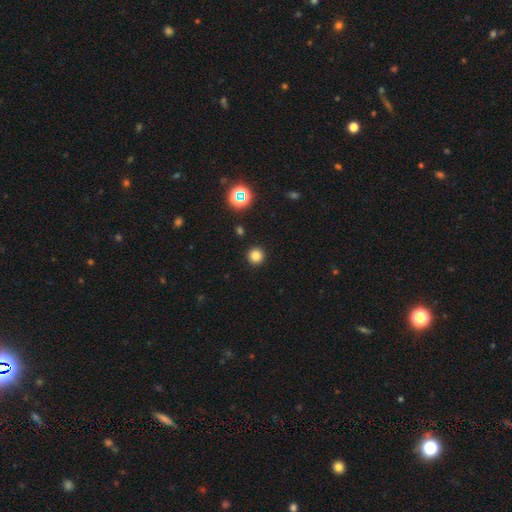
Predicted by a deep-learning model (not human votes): smooth 80%, star or artifact 15%, featured or disk 5%. Down the decision tree: how rounded — round (95%); merging — none (93%).